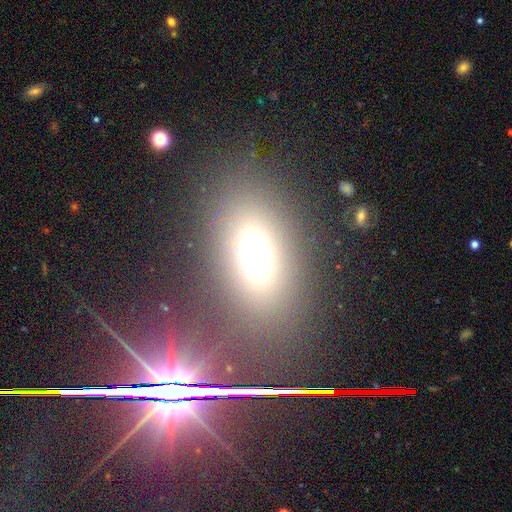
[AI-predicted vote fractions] smooth_or_featured: smooth (p=0.53) [alt: star or artifact p=0.33]
how_rounded: in between (p=0.82) [alt: round p=0.10]
merging: none (p=0.83) [alt: minor disturbance p=0.10]